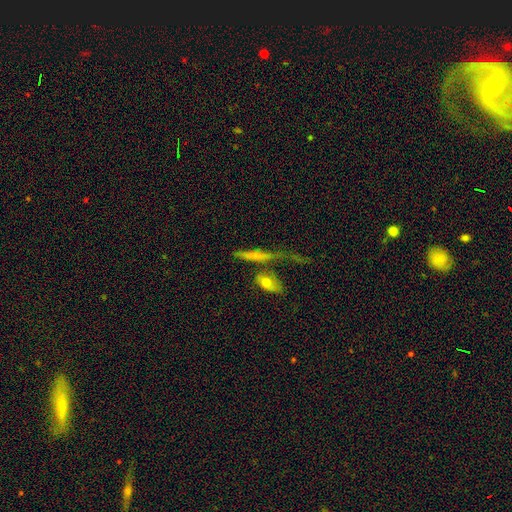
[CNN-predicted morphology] This appears to be a smooth galaxy with no disk features (49%). Merging: none (44%).